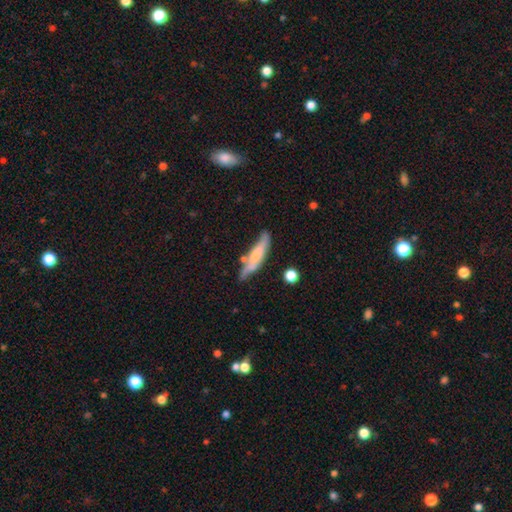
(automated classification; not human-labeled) Q: Smooth or featured?
A: smooth (56%); runner-up: featured or disk (38%)
Q: How rounded?
A: cigar-shaped (80%); runner-up: in between (18%)
Q: Merging?
A: none (57%); runner-up: minor disturbance (25%)